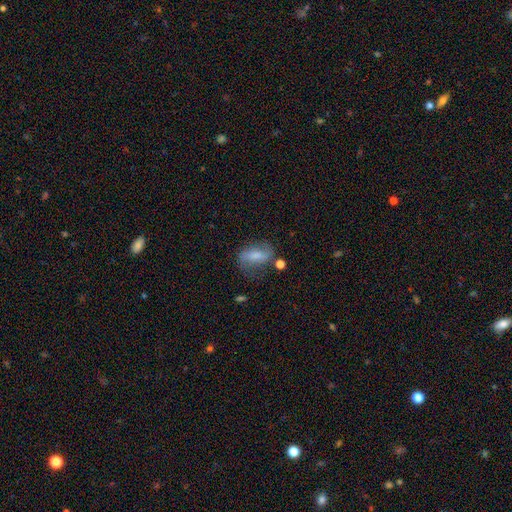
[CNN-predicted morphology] This is possibly a smooth galaxy (52%). How rounded: likely in between (76%). Merging: possibly none (58%).